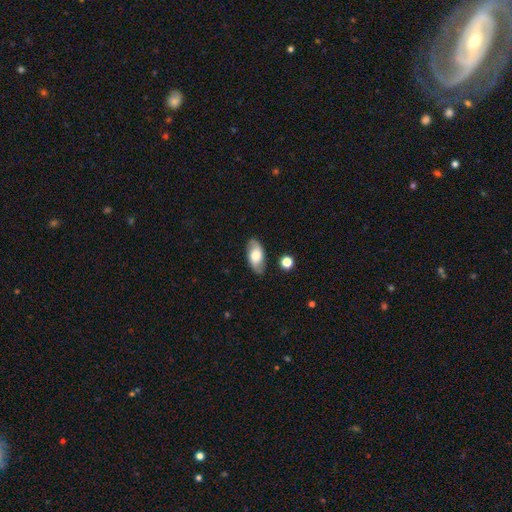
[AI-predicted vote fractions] A smooth galaxy with no disk features (53%) that is in between round and cigar-shaped (91%). Merging: none (83%).